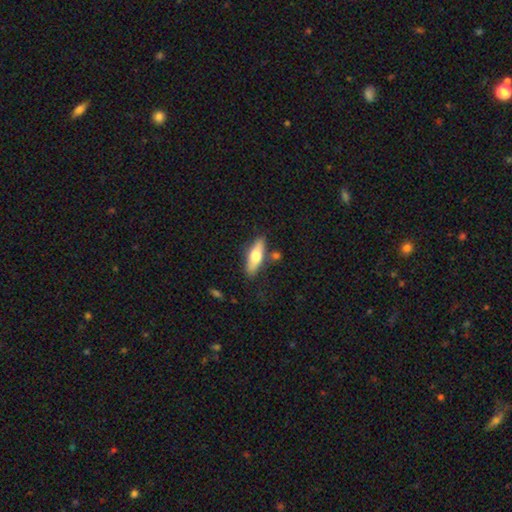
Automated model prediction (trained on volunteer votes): This appears to be a smooth galaxy with no disk features (62%) that is in between round and cigar-shaped (49%, tied with cigar-shaped). Merging: none (78%).